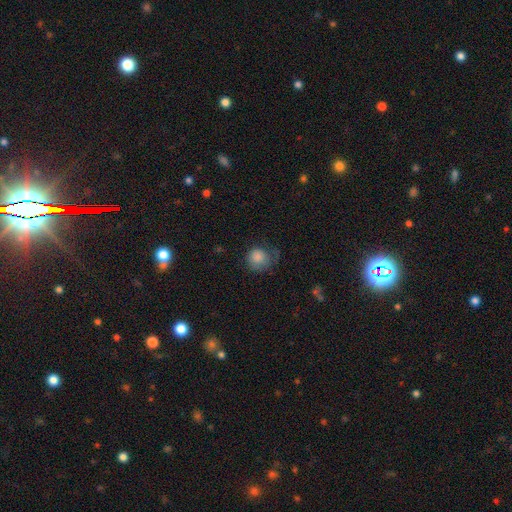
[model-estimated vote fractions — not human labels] This appears to be a smooth galaxy with no disk features (74%) that is round (84%). Merging: none (56%).